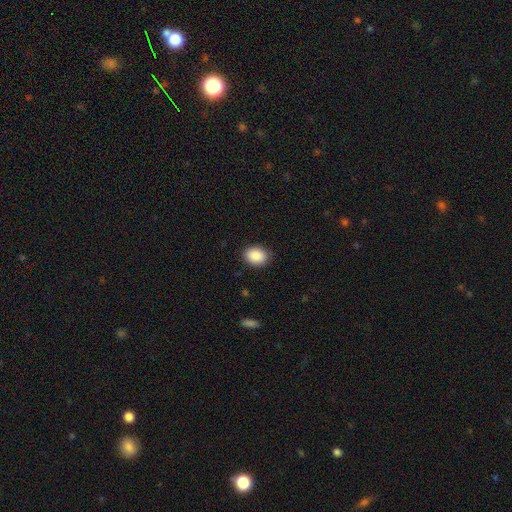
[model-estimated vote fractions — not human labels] smooth-or-featured: smooth: 90% | star or artifact: 7% | featured or disk: 3%
  how-rounded: in between: 64% | round: 35% | cigar-shaped: 1%
  merging: none: 87% | minor disturbance: 10% | major disturbance: 2% | merger: 1%